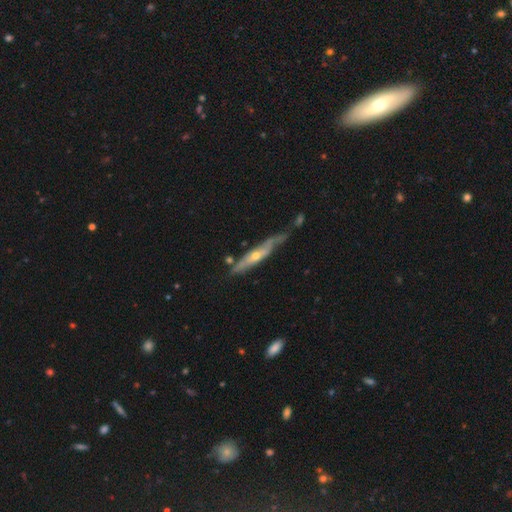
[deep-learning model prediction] Q: Smooth or featured?
A: featured or disk (68%); runner-up: smooth (26%)
Q: Edge-on disk?
A: yes (68%); runner-up: no (32%)
Q: Merging?
A: none (54%); runner-up: minor disturbance (30%)